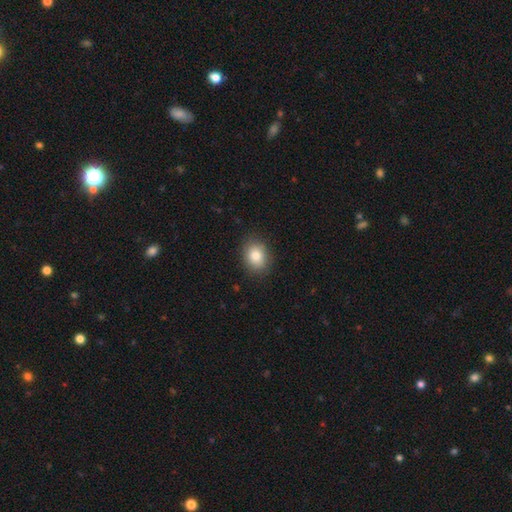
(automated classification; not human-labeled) The model was most divided on "how rounded": in between: 50%, round: 49%, cigar-shaped: 1%. More confident: merging — none (86%); smooth or featured — smooth (83%).